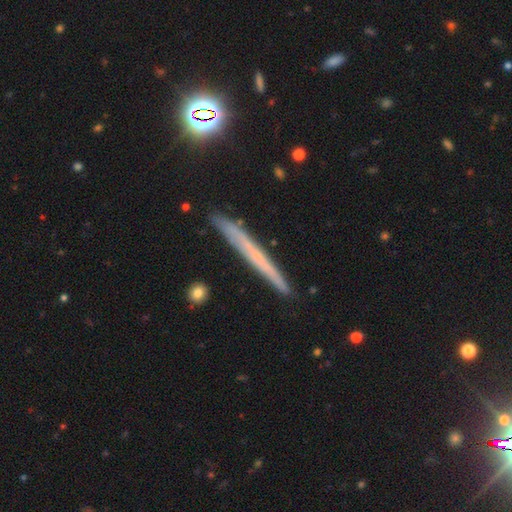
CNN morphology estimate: The model was most divided on "smooth or featured": featured or disk: 50%, smooth: 41%, star or artifact: 9%. More confident: merging — none (88%).